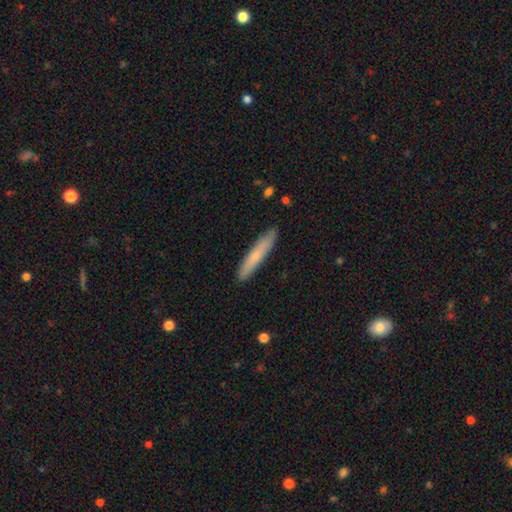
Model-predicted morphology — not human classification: Smooth or featured: smooth — 65% (featured or disk — 30%)
How rounded: cigar-shaped — 93% (in between — 6%)
Merging: none — 89% (minor disturbance — 8%)